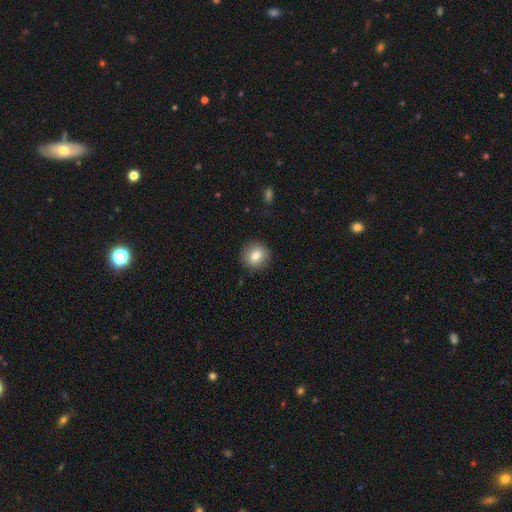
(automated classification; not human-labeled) Smooth or featured: smooth — 80% (featured or disk — 11%)
How rounded: round — 90% (in between — 9%)
Merging: none — 90% (minor disturbance — 7%)